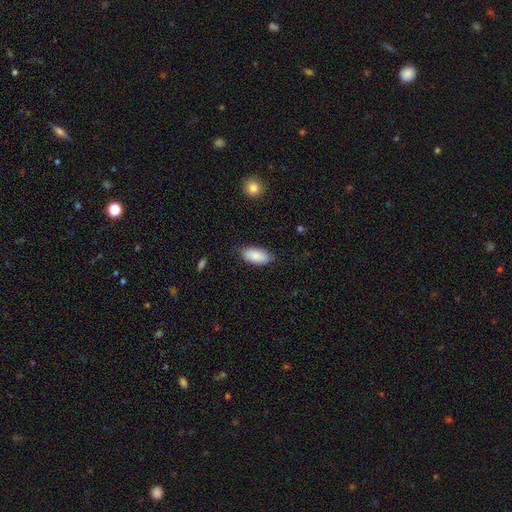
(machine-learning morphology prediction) Q: Smooth or featured?
A: smooth (88%); runner-up: featured or disk (6%)
Q: How rounded?
A: in between (92%); runner-up: cigar-shaped (6%)
Q: Merging?
A: none (80%); runner-up: minor disturbance (16%)